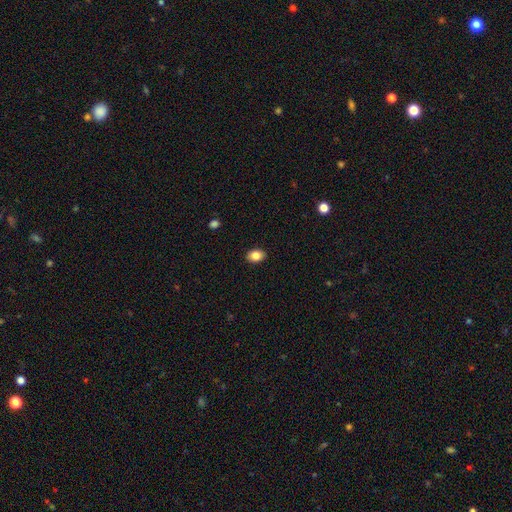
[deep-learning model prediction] Overall: smooth (85%). How rounded: in between (75%). Merging: none (90%).